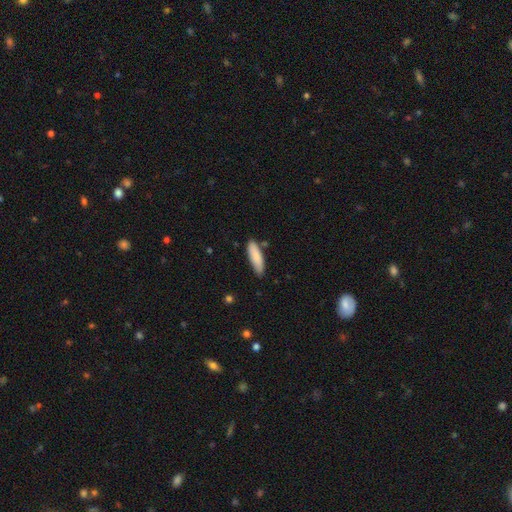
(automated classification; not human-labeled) Smooth or featured: smooth — 86% (featured or disk — 8%)
How rounded: cigar-shaped — 55% (in between — 43%)
Merging: none — 79% (minor disturbance — 15%)